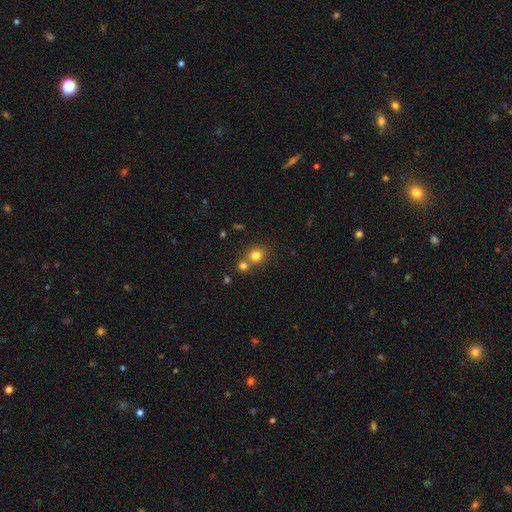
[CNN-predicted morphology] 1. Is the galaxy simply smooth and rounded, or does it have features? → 79% smooth, 13% star or artifact, 8% featured or disk.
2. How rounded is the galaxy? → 81% round, 18% in between, 1% cigar-shaped.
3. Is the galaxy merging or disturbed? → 56% none, 34% merger, 7% minor disturbance, 3% major disturbance.